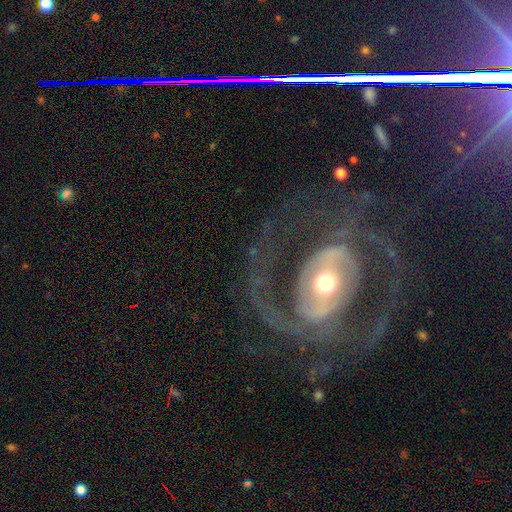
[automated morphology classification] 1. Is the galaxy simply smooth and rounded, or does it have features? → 85% featured or disk, 8% star or artifact, 7% smooth.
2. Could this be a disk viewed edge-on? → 96% no, 4% yes.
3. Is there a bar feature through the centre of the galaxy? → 37% strong, 33% no, 31% weak.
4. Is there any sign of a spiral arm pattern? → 89% yes, 11% no.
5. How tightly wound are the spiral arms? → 48% medium, 37% tight, 15% loose.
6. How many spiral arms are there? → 83% 2, 6% can't tell, 4% 3, 3% 1, 2% 4, 2% more than 4.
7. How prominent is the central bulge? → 63% moderate, 26% small, 9% large, 2% dominant, 1% none.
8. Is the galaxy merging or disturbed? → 74% none, 13% major disturbance, 12% minor disturbance, 2% merger.